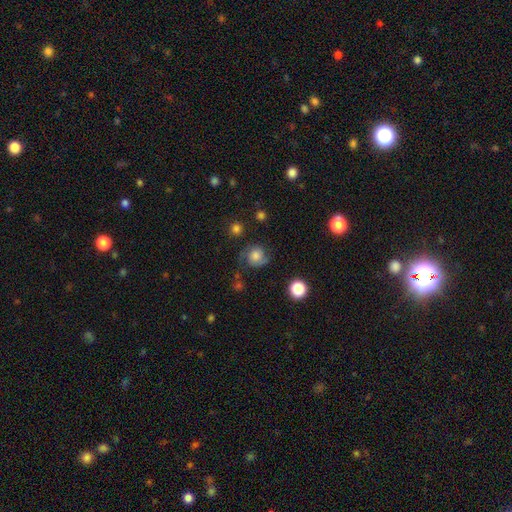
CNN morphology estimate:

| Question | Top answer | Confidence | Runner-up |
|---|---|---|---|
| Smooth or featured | smooth | 48% | featured or disk (41%) |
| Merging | none | 58% | minor disturbance (23%) |